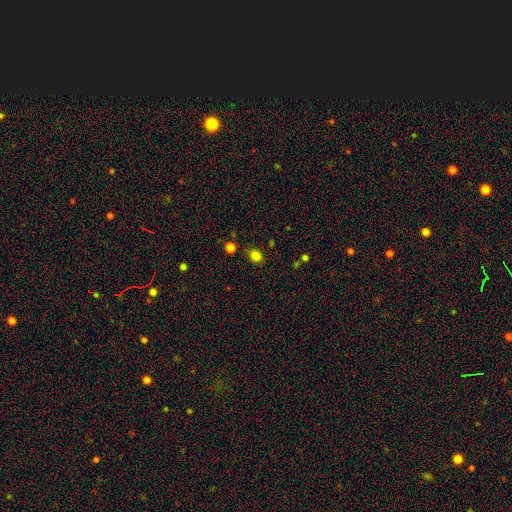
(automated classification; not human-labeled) Q: Smooth or featured?
A: smooth (81%); runner-up: star or artifact (15%)
Q: How rounded?
A: round (60%); runner-up: in between (39%)
Q: Merging?
A: none (84%); runner-up: minor disturbance (10%)